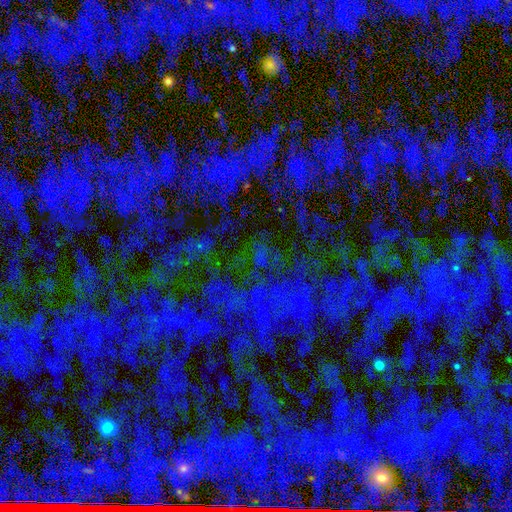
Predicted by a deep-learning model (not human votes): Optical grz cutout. It shows a star or artifact, not a galaxy (80%).